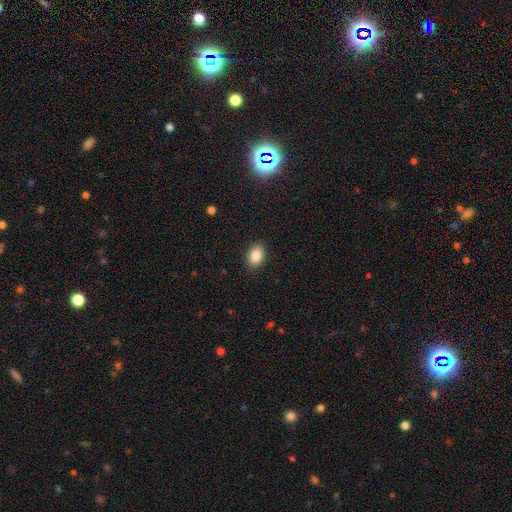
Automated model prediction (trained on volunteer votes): This appears to be a smooth galaxy with no disk features (86%) that is in between round and cigar-shaped (84%). Merging: none (88%).